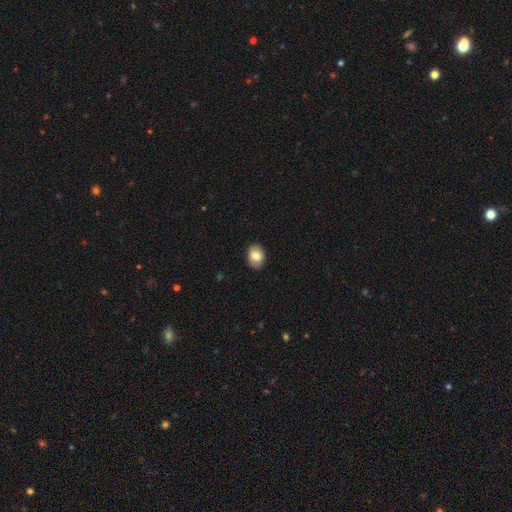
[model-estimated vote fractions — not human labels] Smooth or featured?
  - smooth: 79% *
  - featured or disk: 14%
  - star or artifact: 8%
How rounded?
  - in between: 74% *
  - round: 24%
  - cigar-shaped: 1%
Merging?
  - none: 87% *
  - minor disturbance: 10%
  - major disturbance: 2%
  - merger: 1%